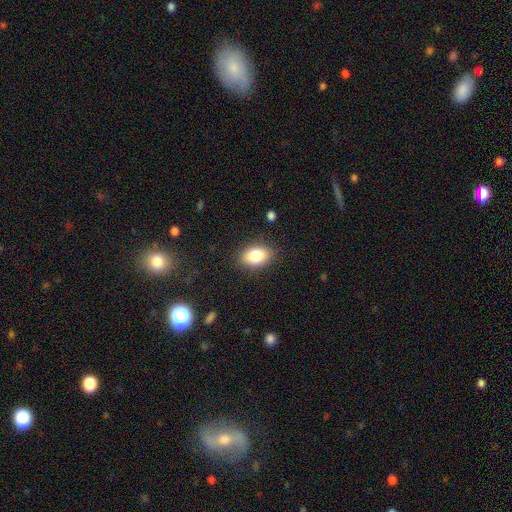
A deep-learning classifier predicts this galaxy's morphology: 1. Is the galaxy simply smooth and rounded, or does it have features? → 83% smooth, 9% featured or disk, 8% star or artifact.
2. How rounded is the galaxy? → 86% in between, 12% round, 2% cigar-shaped.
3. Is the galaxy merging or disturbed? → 86% none, 10% minor disturbance, 3% major disturbance, 1% merger.